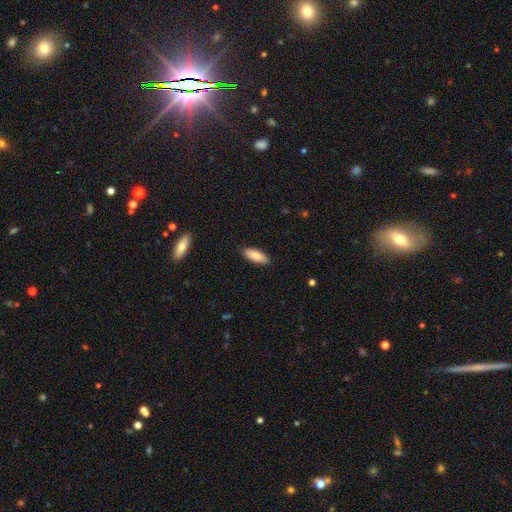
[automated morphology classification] This appears to be a smooth galaxy with no disk features (85%) that is in between round and cigar-shaped (68%). Merging: none (89%).